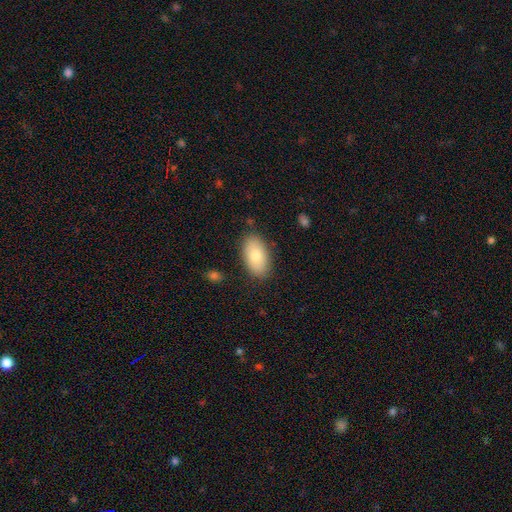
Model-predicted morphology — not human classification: The model was most divided on "smooth or featured": smooth: 77%, featured or disk: 17%, star or artifact: 6%. More confident: how rounded — in between (94%); merging — none (84%).